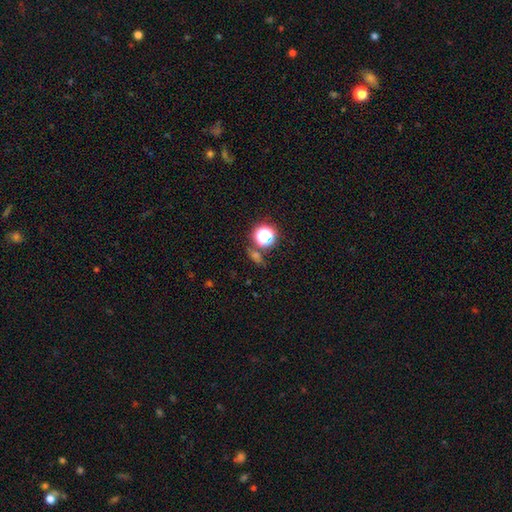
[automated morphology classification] Q: Smooth or featured?
A: star or artifact (54%); runner-up: smooth (33%)